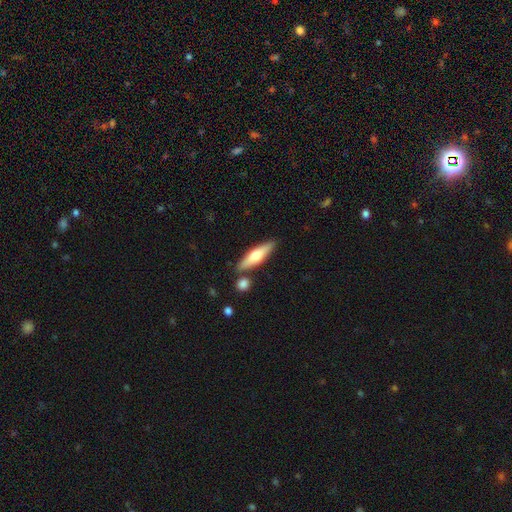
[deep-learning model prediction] smooth-or-featured: smooth: 54% | featured or disk: 40% | star or artifact: 5%
  how-rounded: cigar-shaped: 69% | in between: 29% | round: 2%
  merging: none: 80% | minor disturbance: 10% | merger: 7% | major disturbance: 2%